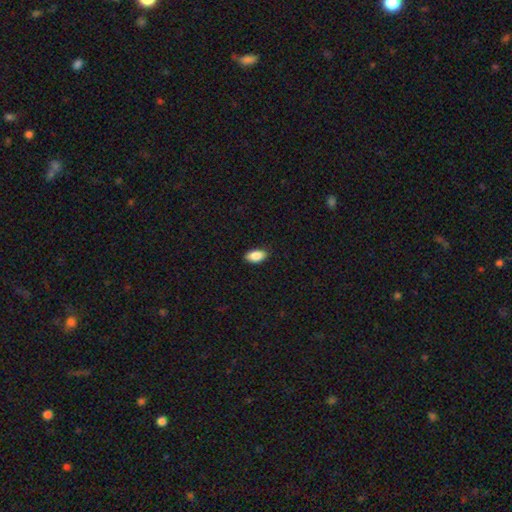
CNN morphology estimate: smooth-or-featured: smooth: 88% | star or artifact: 7% | featured or disk: 5%
  how-rounded: in between: 93% | round: 4% | cigar-shaped: 3%
  merging: none: 89% | minor disturbance: 9% | major disturbance: 2% | merger: 1%